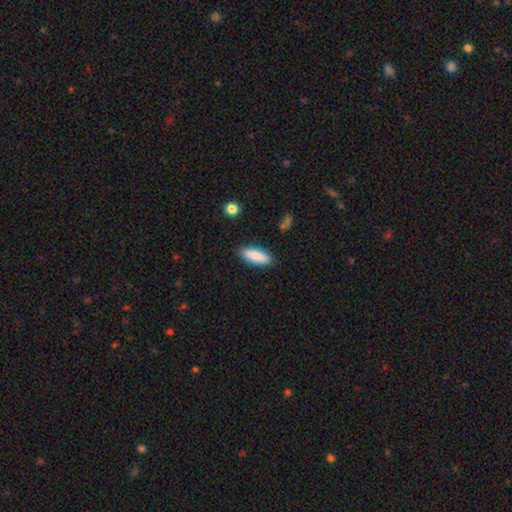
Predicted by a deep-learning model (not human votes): A smooth galaxy with no disk features (87%) that is in between round and cigar-shaped (63%). Merging: none (87%).